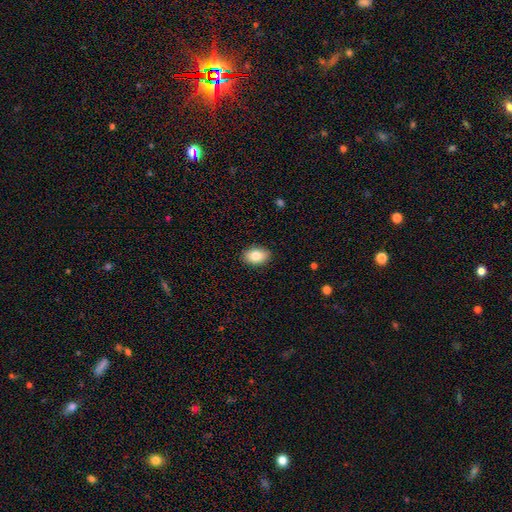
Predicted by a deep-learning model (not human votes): Morphology: type=smooth (83%); roundness=in between (89%); merging=none (89%).